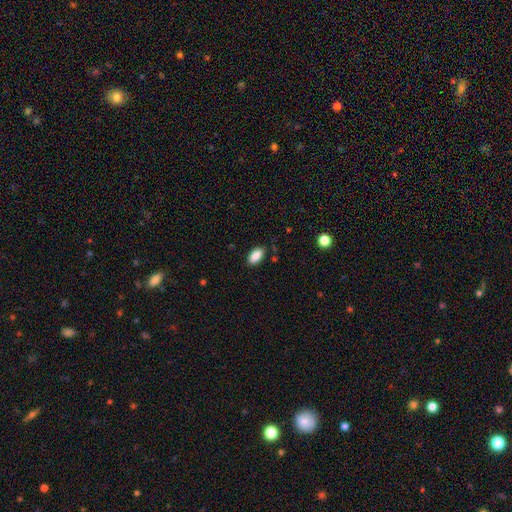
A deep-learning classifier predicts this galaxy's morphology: A smooth galaxy with no disk features (88%) that is in between round and cigar-shaped (93%). Merging: none (85%).